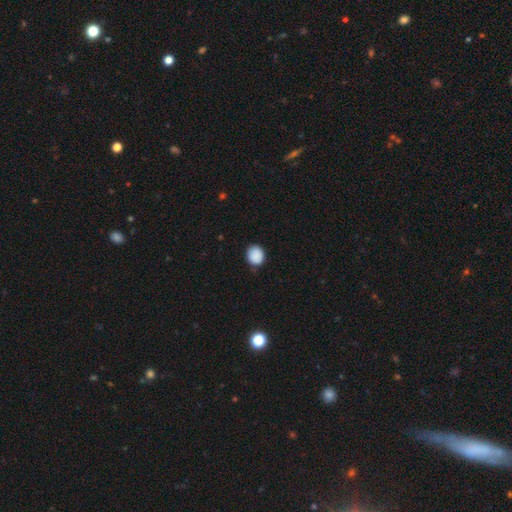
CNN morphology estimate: smooth-or-featured: smooth: 89% | star or artifact: 8% | featured or disk: 3%
  how-rounded: round: 73% | in between: 26% | cigar-shaped: 1%
  merging: none: 81% | minor disturbance: 15% | major disturbance: 3% | merger: 1%